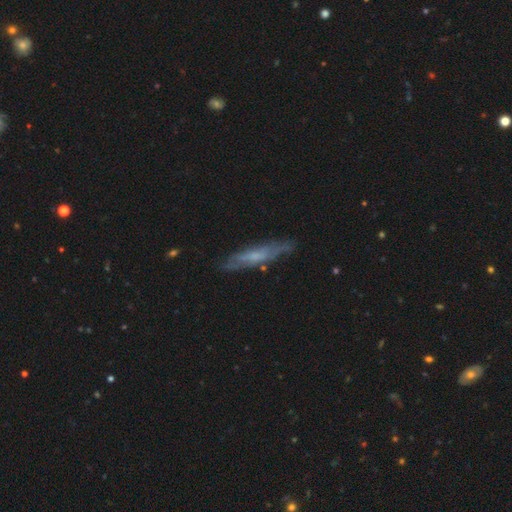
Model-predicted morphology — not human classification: Smooth or featured?
  - featured or disk: 55% *
  - smooth: 37%
  - star or artifact: 7%
Edge-on disk?
  - yes: 67% *
  - no: 33%
Merging?
  - none: 75% *
  - minor disturbance: 18%
  - major disturbance: 5%
  - merger: 2%